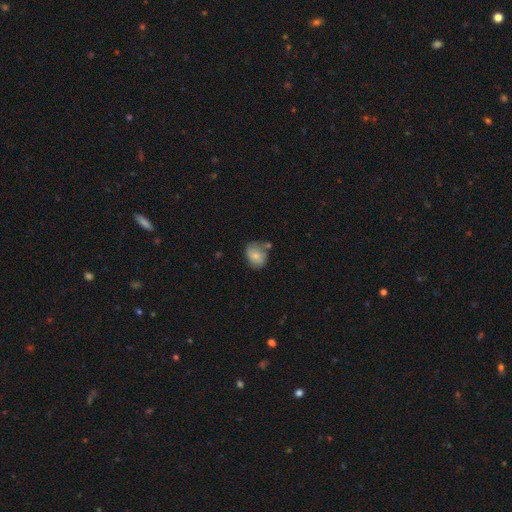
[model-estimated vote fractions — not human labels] This appears to be a smooth galaxy with no disk features (73%) that is round (51%). Merging: none (54%).